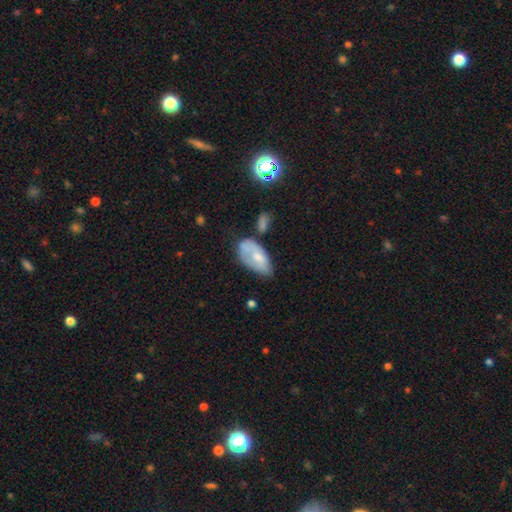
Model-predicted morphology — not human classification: smooth-or-featured: smooth: 61% | featured or disk: 32% | star or artifact: 8%
  how-rounded: in between: 93% | round: 4% | cigar-shaped: 4%
  merging: none: 39% | minor disturbance: 34% | major disturbance: 17% | merger: 10%